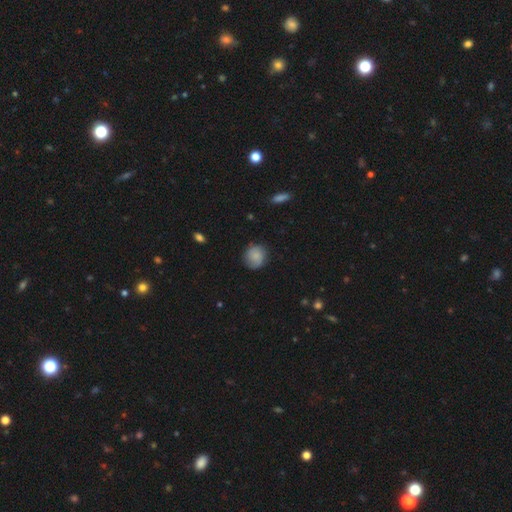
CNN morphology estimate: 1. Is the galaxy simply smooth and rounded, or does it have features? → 75% smooth, 17% featured or disk, 8% star or artifact.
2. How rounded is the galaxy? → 82% round, 17% in between, 1% cigar-shaped.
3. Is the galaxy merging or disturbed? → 77% none, 18% minor disturbance, 4% major disturbance, 1% merger.